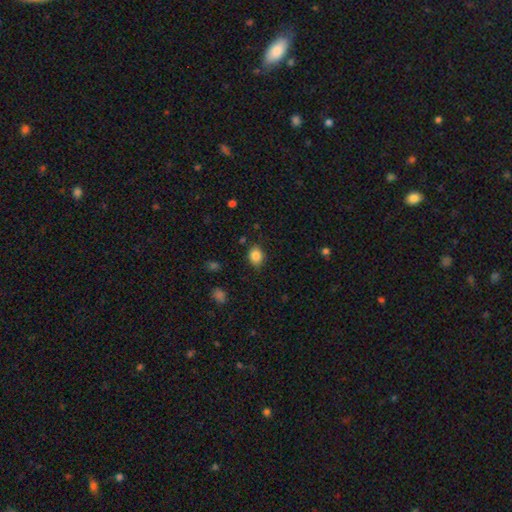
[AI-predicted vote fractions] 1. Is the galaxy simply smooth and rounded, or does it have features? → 85% smooth, 10% star or artifact, 5% featured or disk.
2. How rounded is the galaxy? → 54% in between, 45% round, 1% cigar-shaped.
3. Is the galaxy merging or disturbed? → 81% none, 14% minor disturbance, 3% major disturbance, 2% merger.